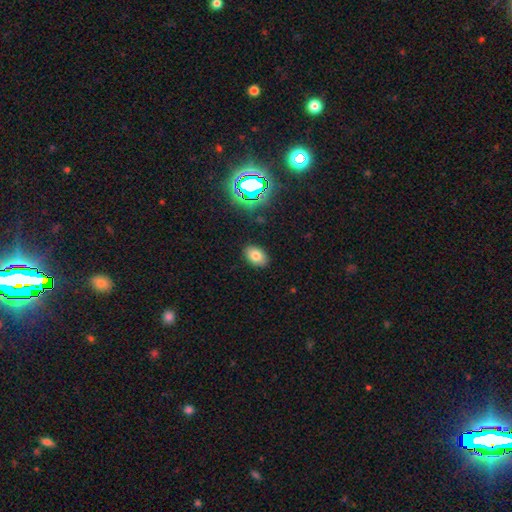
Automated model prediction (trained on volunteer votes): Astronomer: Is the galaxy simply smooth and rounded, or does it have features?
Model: smooth — 76%.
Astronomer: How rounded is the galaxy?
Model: in between — 86%.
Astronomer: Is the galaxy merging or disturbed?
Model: none — 88%.